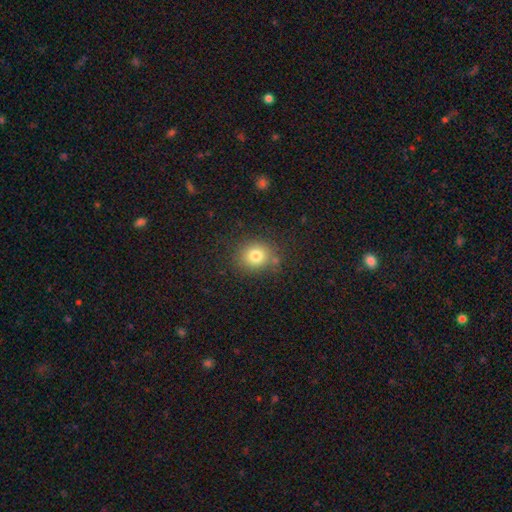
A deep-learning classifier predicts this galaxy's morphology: smooth 79%, star or artifact 12%, featured or disk 9%. Down the decision tree: how rounded — round (75%); merging — none (80%).